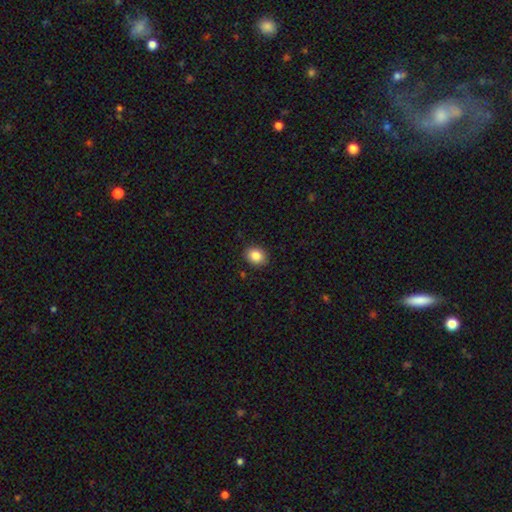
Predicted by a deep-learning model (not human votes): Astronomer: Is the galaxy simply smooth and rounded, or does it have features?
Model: smooth — 85%.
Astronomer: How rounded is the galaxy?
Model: round — 51% (runner-up: in between, 48%).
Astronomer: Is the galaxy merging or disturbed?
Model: none — 90%.